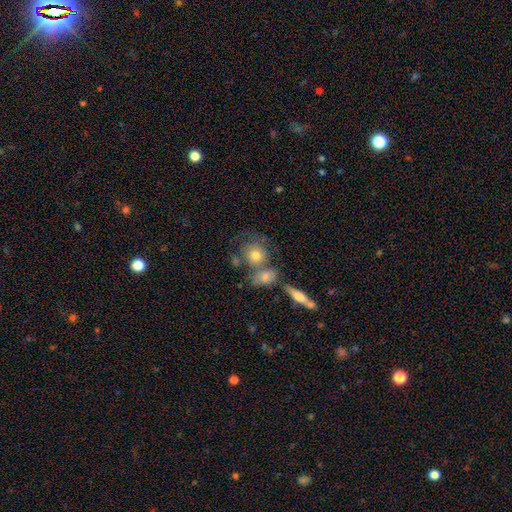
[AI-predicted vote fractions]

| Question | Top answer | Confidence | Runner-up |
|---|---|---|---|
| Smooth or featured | smooth | 62% | featured or disk (27%) |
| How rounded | round | 75% | in between (22%) |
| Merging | none | 48% | merger (31%) |